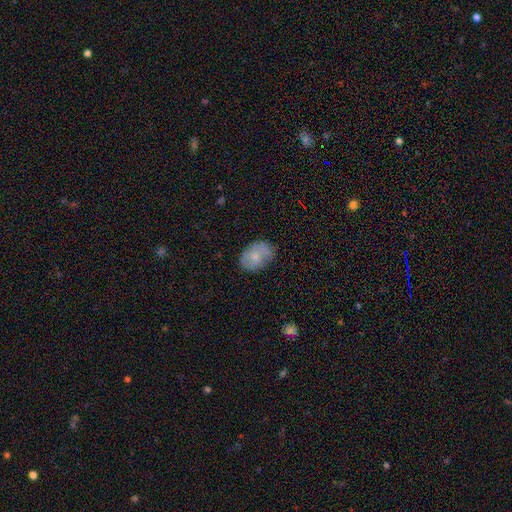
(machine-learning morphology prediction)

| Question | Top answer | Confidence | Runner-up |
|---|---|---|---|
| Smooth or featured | smooth | 73% | featured or disk (20%) |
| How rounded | in between | 79% | round (20%) |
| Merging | none | 73% | minor disturbance (21%) |